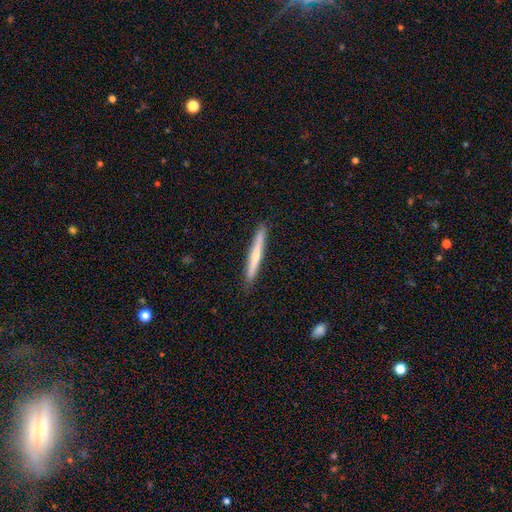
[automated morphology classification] Smooth or featured? Predicted: featured or disk (p=0.53). Edge-on disk? Predicted: yes (p=0.96). Edge-on bulge? Predicted: rounded (p=0.72). Merging? Predicted: none (p=0.91).